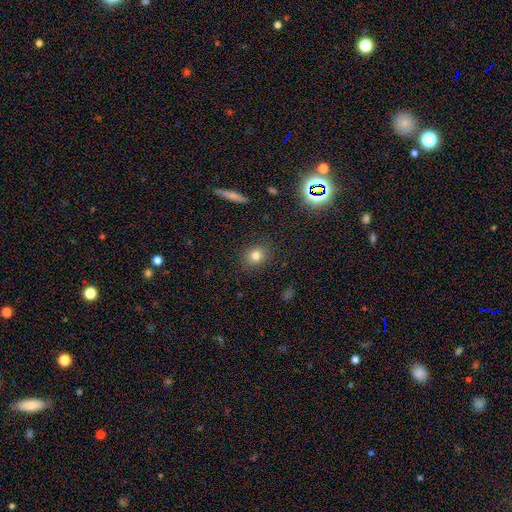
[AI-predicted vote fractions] Smooth or featured? smooth (80%)
How rounded? round (73%)
Merging? none (88%)